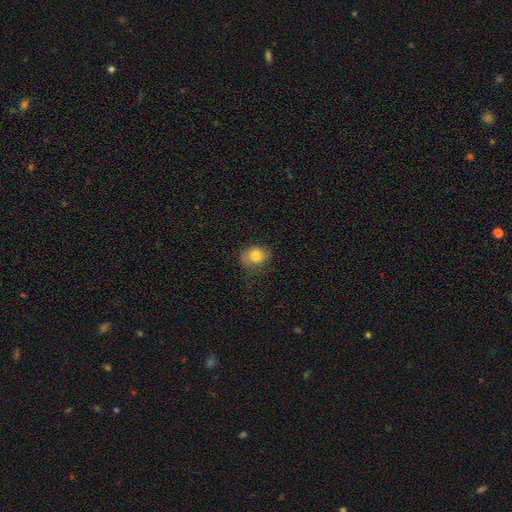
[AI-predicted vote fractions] Morphology: type=smooth (83%); roundness=round (62%); merging=none (69%).